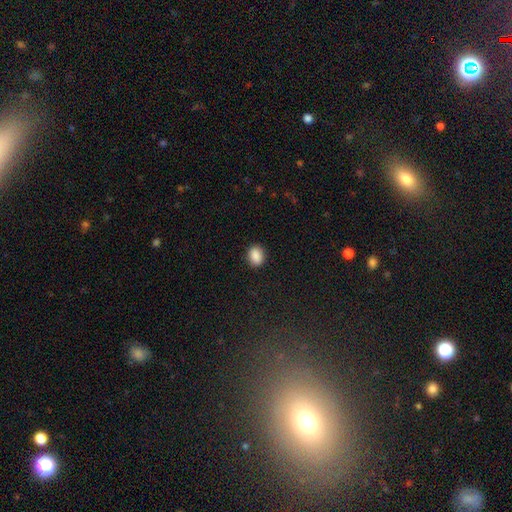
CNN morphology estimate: Smooth or featured? Predicted: smooth (p=0.89). How rounded? Predicted: in between (p=0.58). Merging? Predicted: none (p=0.89).